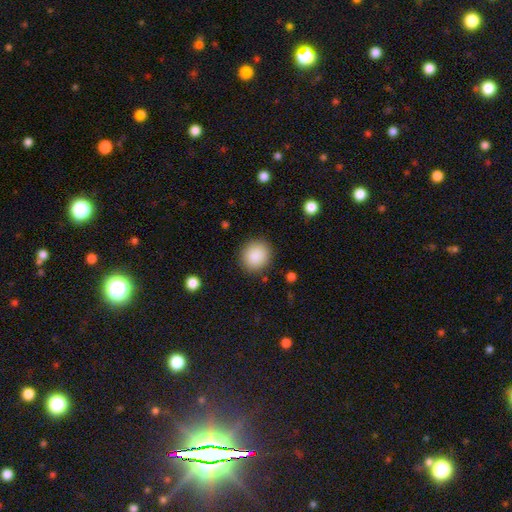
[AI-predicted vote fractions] A smooth galaxy with no disk features (89%) that is round (87%). Merging: none (89%).